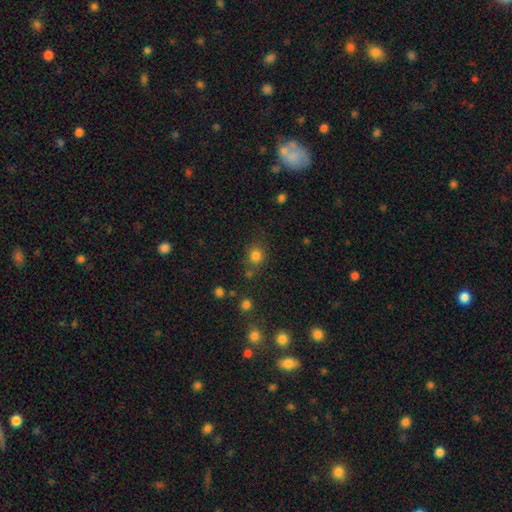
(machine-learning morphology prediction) The model was most divided on "how rounded": round: 79%, in between: 20%, cigar-shaped: 1%. More confident: smooth or featured — smooth (81%); merging — none (74%).